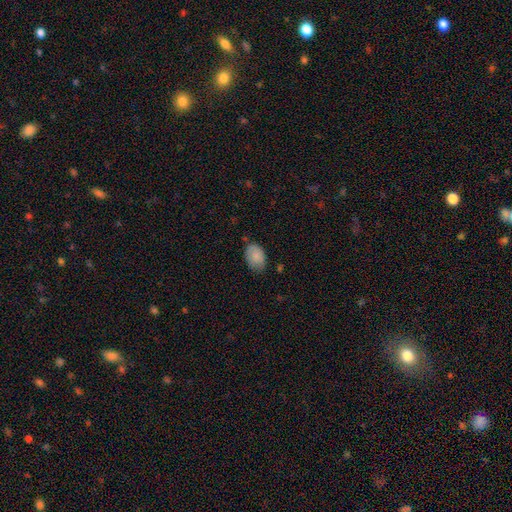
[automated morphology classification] A smooth galaxy with no disk features (85%) that is in between round and cigar-shaped (87%). Merging: none (69%).